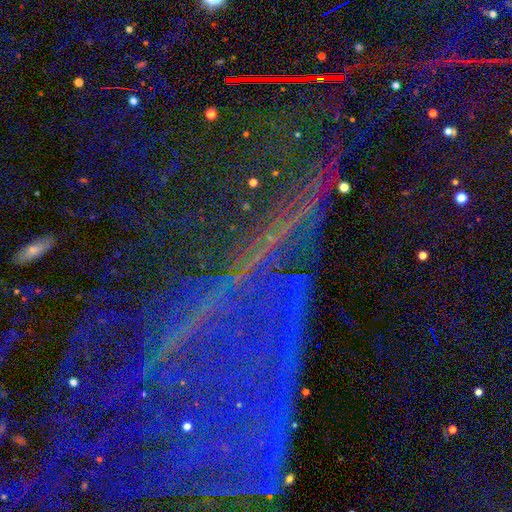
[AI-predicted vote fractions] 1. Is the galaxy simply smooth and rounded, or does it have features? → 87% star or artifact, 7% featured or disk, 6% smooth.